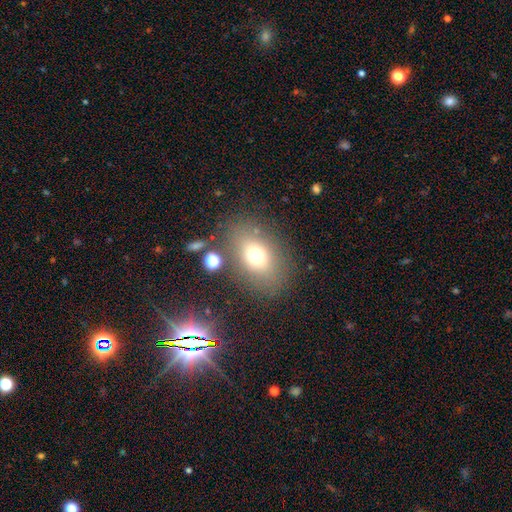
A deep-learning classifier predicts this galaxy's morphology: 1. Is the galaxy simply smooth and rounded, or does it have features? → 70% smooth, 16% featured or disk, 14% star or artifact.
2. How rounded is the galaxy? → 75% in between, 23% round, 2% cigar-shaped.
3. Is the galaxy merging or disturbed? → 77% none, 12% minor disturbance, 6% major disturbance, 5% merger.